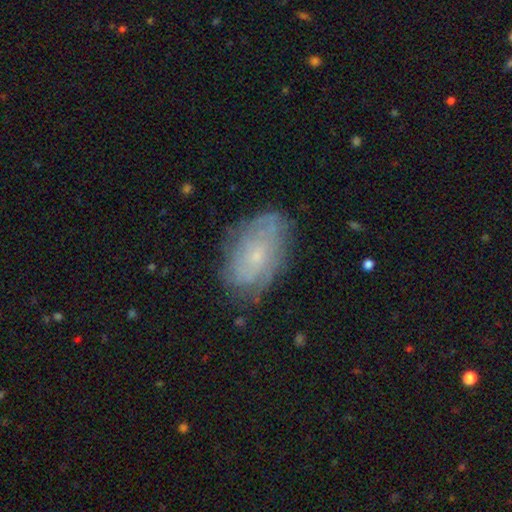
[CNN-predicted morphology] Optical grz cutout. It shows a featured or disk galaxy (61%) with no bar (80%), spiral arms (74%) and a small central bulge (75%). Merging: none (71%).